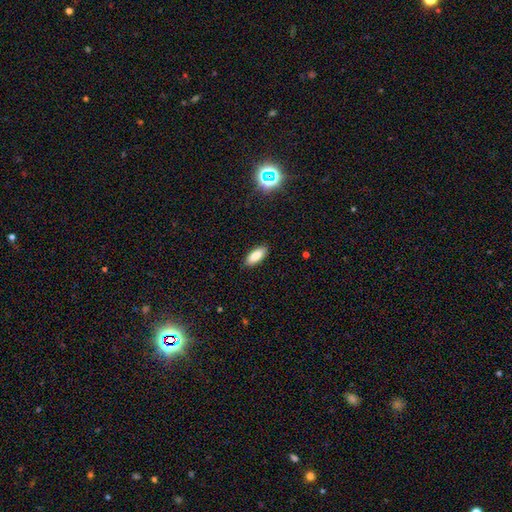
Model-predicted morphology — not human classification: Smooth or featured: smooth — 85% (star or artifact — 8%)
How rounded: in between — 82% (cigar-shaped — 16%)
Merging: none — 89% (minor disturbance — 8%)